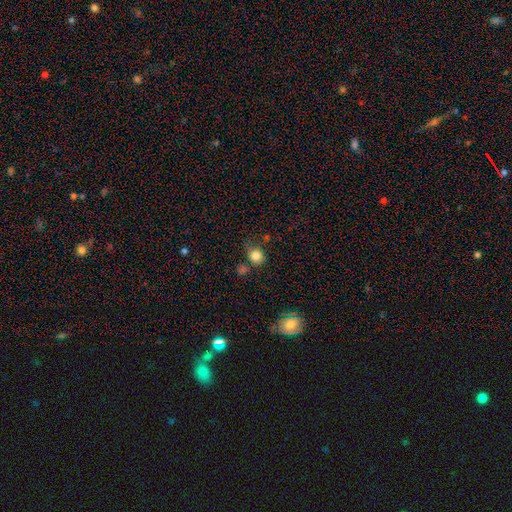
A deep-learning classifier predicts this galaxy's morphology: This is clearly a smooth galaxy (83%). How rounded: clearly round (84%). Merging: likely none (61%).